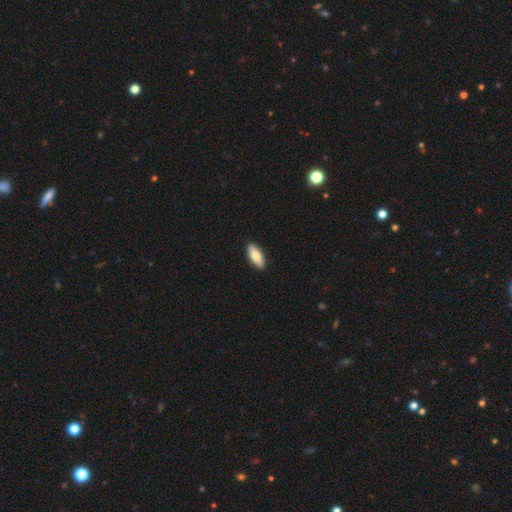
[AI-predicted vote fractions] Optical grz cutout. It shows a smooth galaxy with no disk features (78%) that is in between round and cigar-shaped (75%). Merging: none (91%).